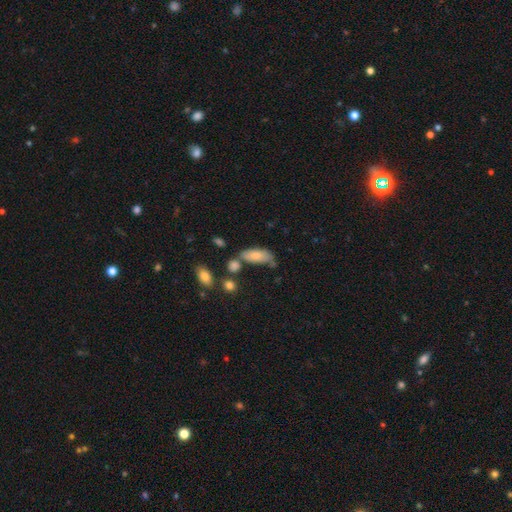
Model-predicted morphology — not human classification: type=smooth (77%); roundness=in between (79%); merging=none (47%).